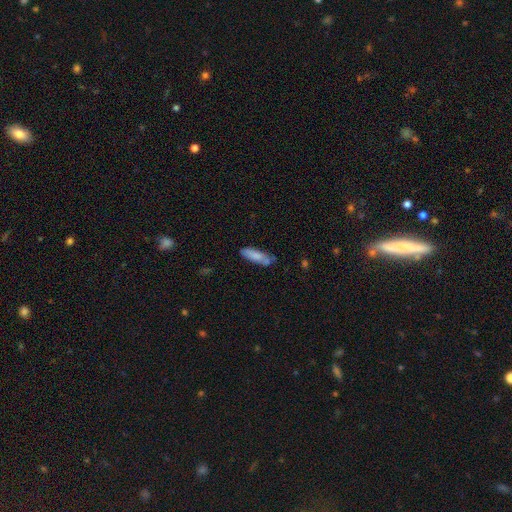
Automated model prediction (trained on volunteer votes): This appears to be a smooth galaxy with no disk features (78%) that is cigar-shaped (54%). Merging: none (61%).